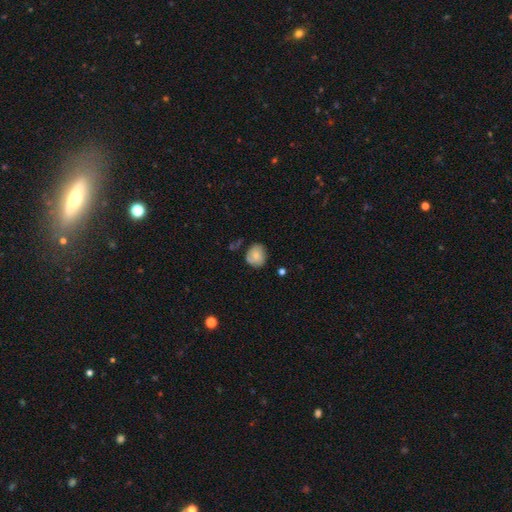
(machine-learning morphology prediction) Smooth or featured? smooth (72%)
How rounded? round (79%)
Merging? none (68%)